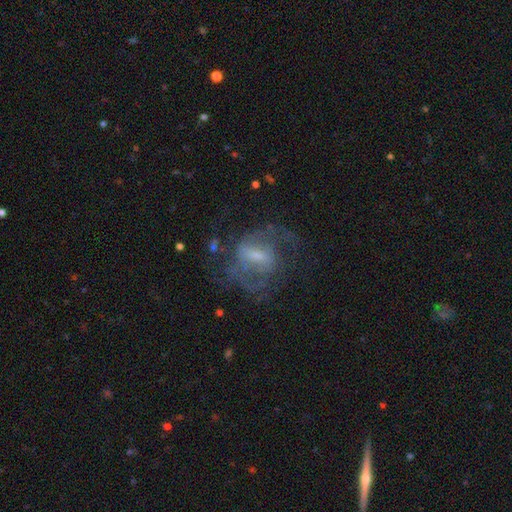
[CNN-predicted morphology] Smooth or featured? Predicted: featured or disk (p=0.76). Edge-on disk? Predicted: no (p=0.97). Bar? Predicted: weak (p=0.54). Spiral arms? Predicted: yes (p=0.82). Spiral winding? Predicted: medium (p=0.50). Spiral arm count? Predicted: 2 (p=0.51). Bulge size? Predicted: small (p=0.46). Merging? Predicted: none (p=0.54).